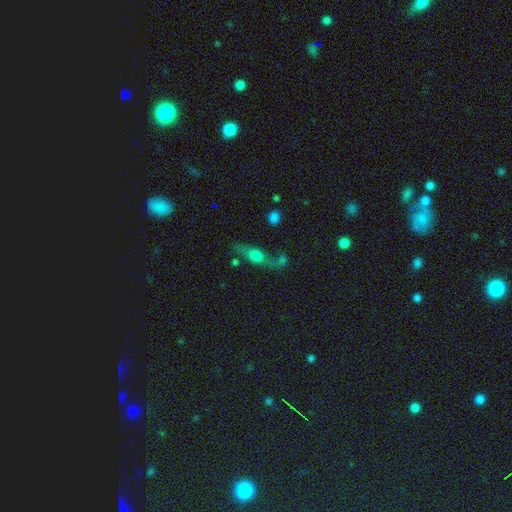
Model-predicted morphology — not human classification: A smooth galaxy with no disk features (49%). Merging: none (46%).